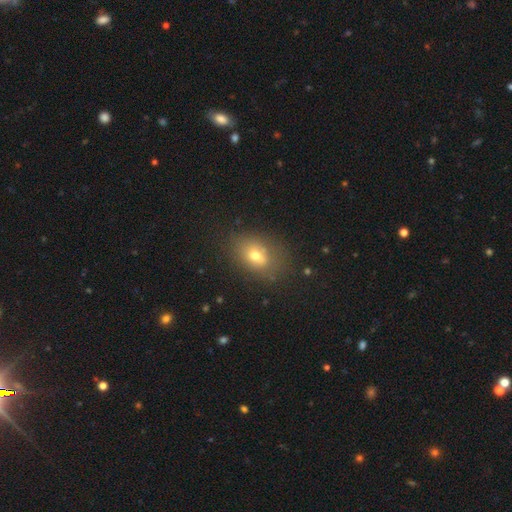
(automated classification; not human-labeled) This is likely a smooth galaxy (68%). How rounded: likely in between (70%). Merging: likely none (70%).